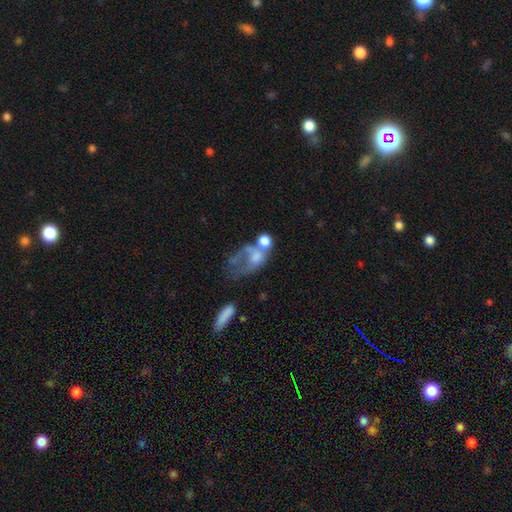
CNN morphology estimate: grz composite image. It shows a featured or disk galaxy (44%). Merging: merger (36%).